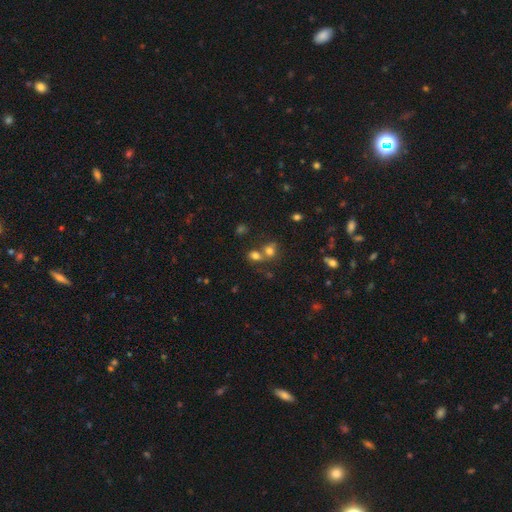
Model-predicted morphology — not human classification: A smooth galaxy with no disk features (72%) that is round (56%).

Vote fractions:
- Smooth or featured? smooth: 72% / star or artifact: 17% / featured or disk: 11%
- How rounded? round: 56% / in between: 43% / cigar-shaped: 1%
- Merging? merger: 51% / none: 37% / minor disturbance: 8% / major disturbance: 4%